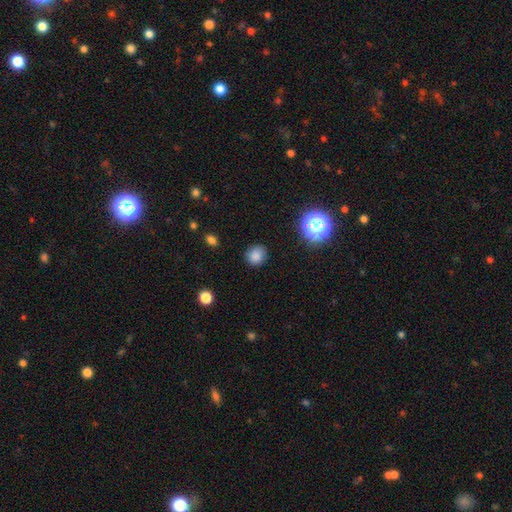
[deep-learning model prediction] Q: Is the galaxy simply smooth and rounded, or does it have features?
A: smooth — 82%.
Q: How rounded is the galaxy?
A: round — 82%.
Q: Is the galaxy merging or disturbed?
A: none — 86%.